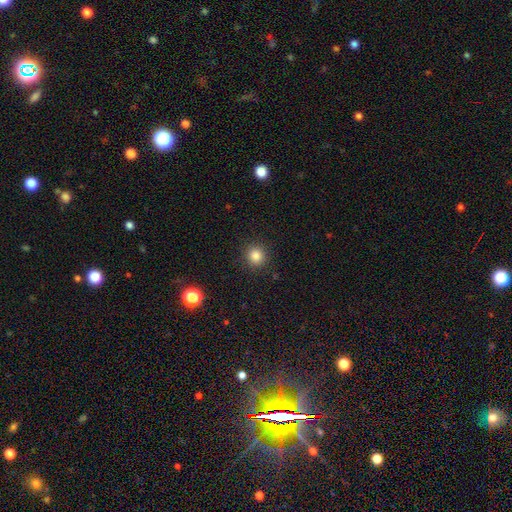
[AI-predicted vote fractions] This is clearly a smooth galaxy (83%). How rounded: clearly round (92%). Merging: clearly none (91%).